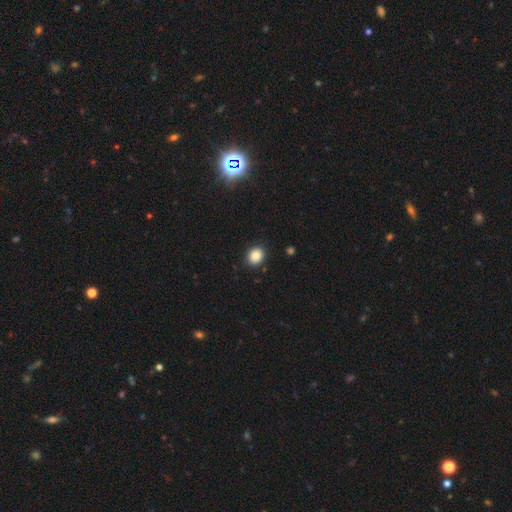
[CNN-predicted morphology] smooth 86%, star or artifact 9%, featured or disk 4%. Down the decision tree: how rounded — round (60%); merging — none (90%).